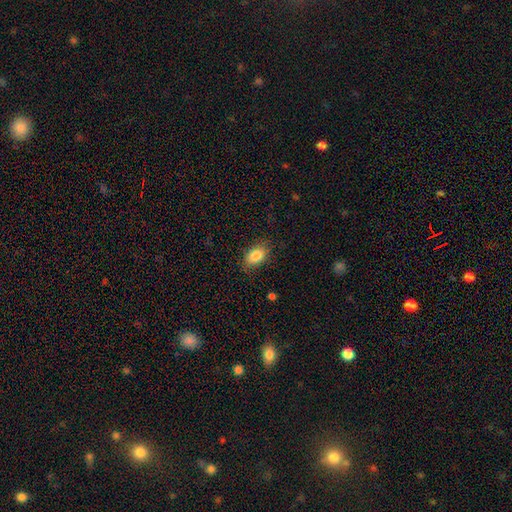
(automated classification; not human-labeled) smooth 86%, star or artifact 8%, featured or disk 7%. Down the decision tree: how rounded — in between (87%); merging — none (82%).